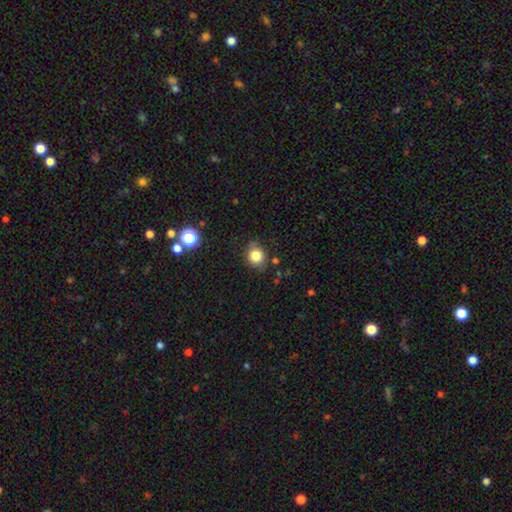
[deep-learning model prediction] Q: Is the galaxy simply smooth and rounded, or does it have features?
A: smooth — 81%.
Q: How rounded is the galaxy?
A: round — 73%.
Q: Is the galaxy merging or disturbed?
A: none — 76%.